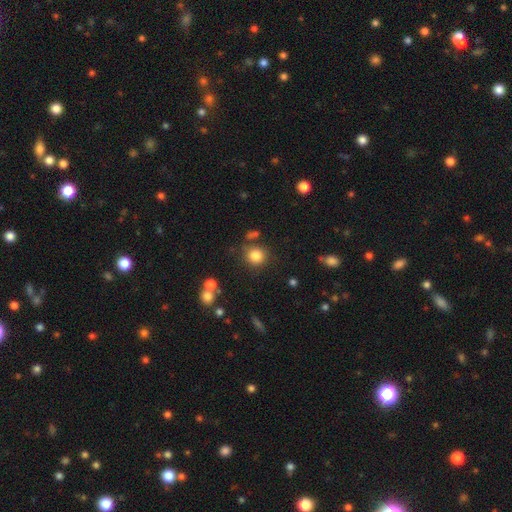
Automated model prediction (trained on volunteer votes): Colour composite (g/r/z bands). It shows a smooth galaxy with no disk features (83%) that is round (90%). Merging: none (80%).